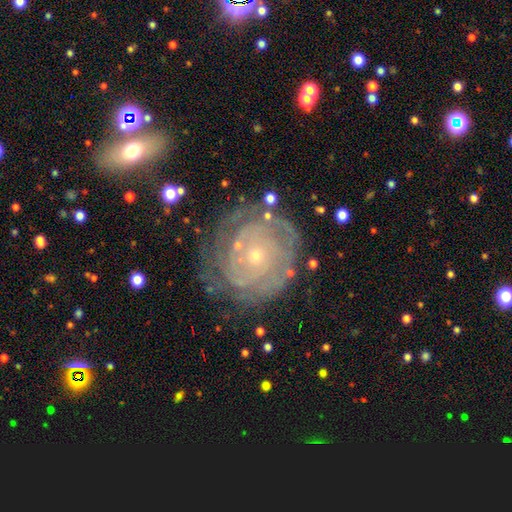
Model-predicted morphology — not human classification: smooth-or-featured: featured or disk: 79% | smooth: 13% | star or artifact: 8%
  disk-edge-on: no: 97% | yes: 3%
    bar: no: 83% | weak: 14% | strong: 4%
    has-spiral-arms: yes: 87% | no: 13%
      spiral-winding: tight: 82% | medium: 14% | loose: 4%
      spiral-arm-count: can't tell: 47% | 2: 14% | 3: 13% | 4: 12% | more than 4: 8% | 1: 6%
    bulge-size: small: 81% | moderate: 16% | none: 2% | large: 1% | dominant: 1%
  merging: none: 71% | minor disturbance: 18% | major disturbance: 8% | merger: 3%